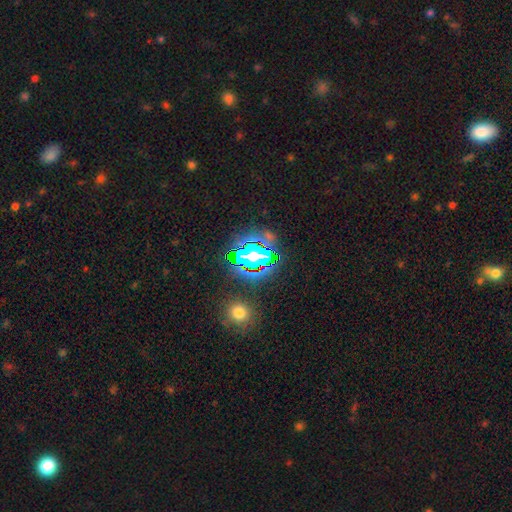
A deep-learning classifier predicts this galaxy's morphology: star or artifact 72%, smooth 15%, featured or disk 13%.